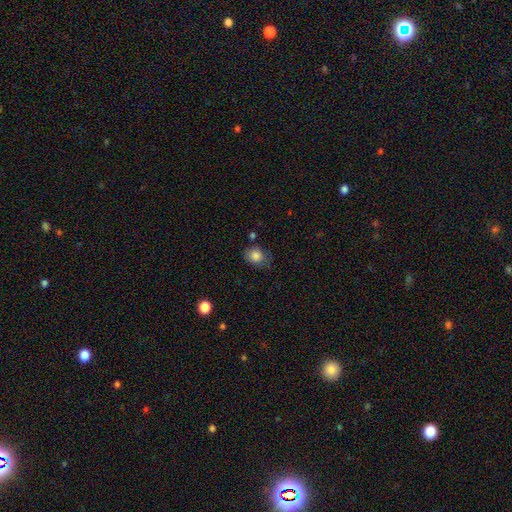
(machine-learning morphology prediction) smooth_or_featured: smooth (p=0.84) [alt: star or artifact p=0.09]
how_rounded: round (p=0.59) [alt: in between p=0.40]
merging: none (p=0.60) [alt: minor disturbance p=0.28]